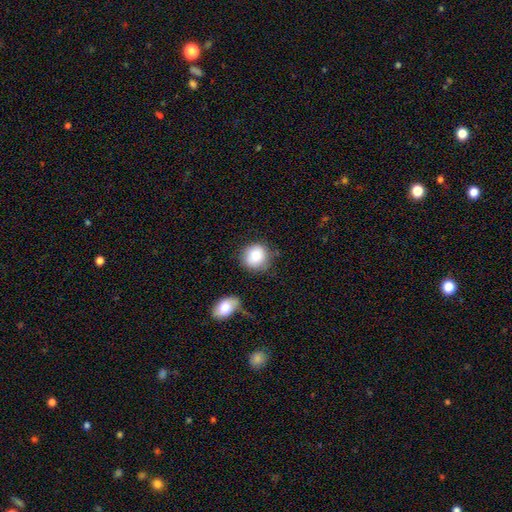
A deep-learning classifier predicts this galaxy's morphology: A smooth galaxy with no disk features (86%) that is round (84%). Merging: none (74%).